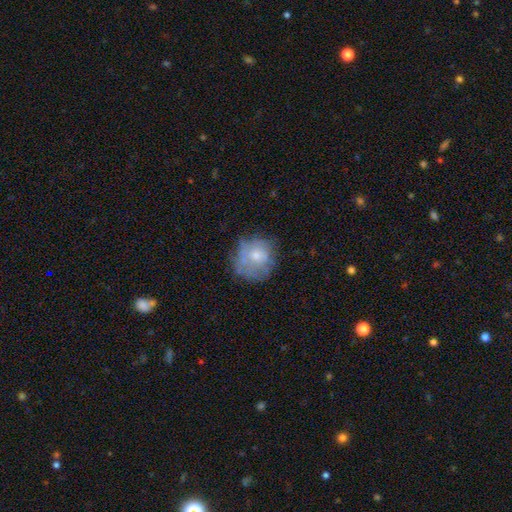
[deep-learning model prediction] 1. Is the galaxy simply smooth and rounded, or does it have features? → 57% smooth, 33% featured or disk, 9% star or artifact.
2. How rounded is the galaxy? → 82% round, 17% in between, 1% cigar-shaped.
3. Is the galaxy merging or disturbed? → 53% none, 26% minor disturbance, 17% major disturbance, 3% merger.